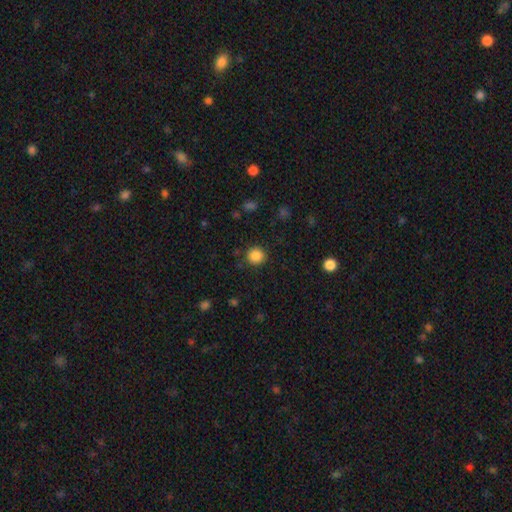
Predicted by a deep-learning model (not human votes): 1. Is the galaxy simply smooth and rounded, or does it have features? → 86% smooth, 11% star or artifact, 3% featured or disk.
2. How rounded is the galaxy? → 91% round, 8% in between, 1% cigar-shaped.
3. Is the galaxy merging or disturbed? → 88% none, 8% minor disturbance, 3% major disturbance, 2% merger.